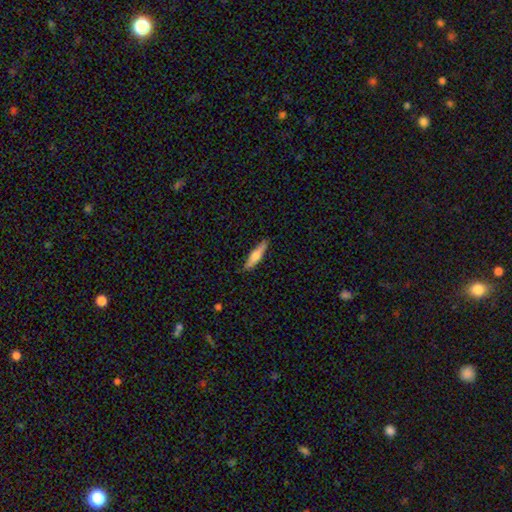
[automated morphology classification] A smooth galaxy with no disk features (61%) that is cigar-shaped (77%).

Vote fractions:
- Smooth or featured? smooth: 61% / featured or disk: 33% / star or artifact: 6%
- How rounded? cigar-shaped: 77% / in between: 21% / round: 2%
- Merging? none: 86% / minor disturbance: 11% / major disturbance: 2% / merger: 1%